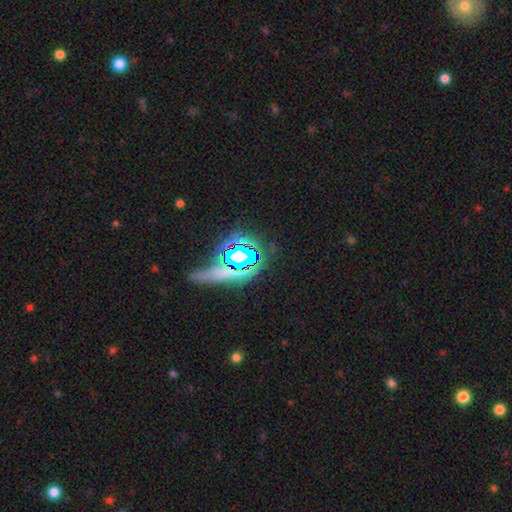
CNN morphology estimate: A star or artifact, not a galaxy (70%).